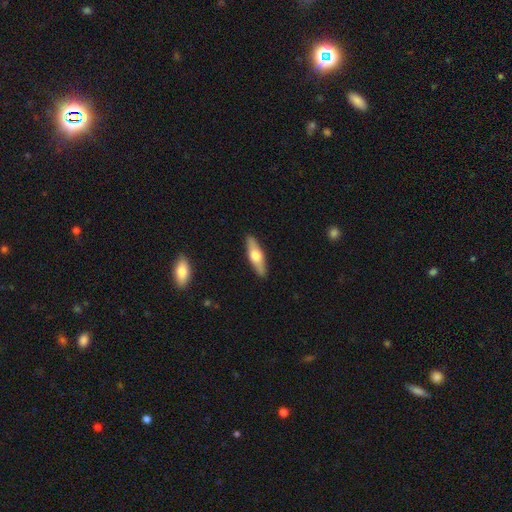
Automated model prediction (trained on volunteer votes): Smooth or featured: featured or disk — 48% (smooth — 47%)
Merging: none — 90% (minor disturbance — 7%)